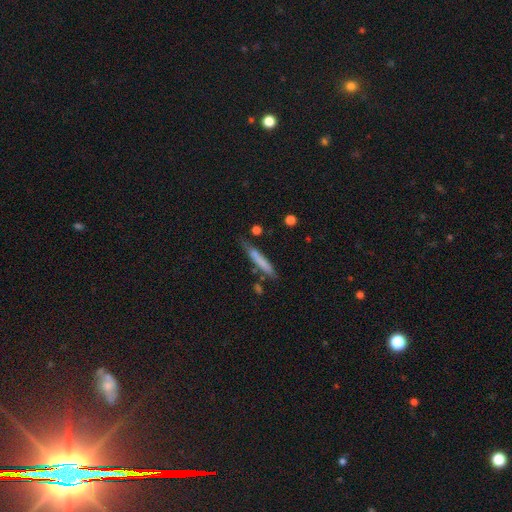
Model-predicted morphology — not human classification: smooth_or_featured: smooth (p=0.65) [alt: featured or disk p=0.27]
how_rounded: cigar-shaped (p=0.94) [alt: in between p=0.05]
merging: none (p=0.72) [alt: minor disturbance p=0.18]